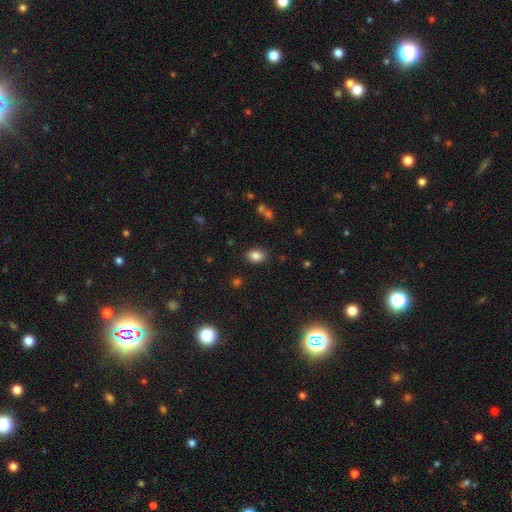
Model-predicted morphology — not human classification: The model was most divided on "how rounded": in between: 77%, round: 22%, cigar-shaped: 1%. More confident: merging — none (87%); smooth or featured — smooth (85%).